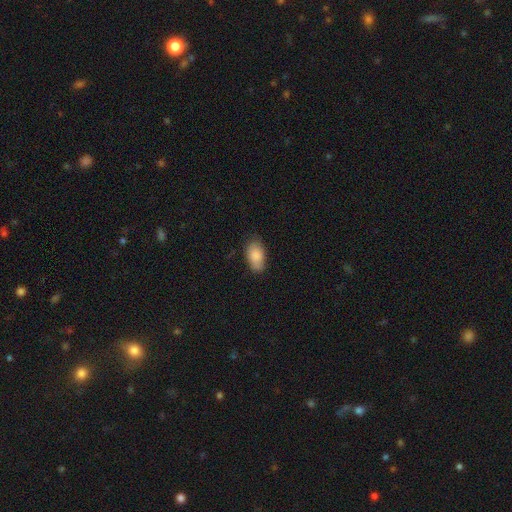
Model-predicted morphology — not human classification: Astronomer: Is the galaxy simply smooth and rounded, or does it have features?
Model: smooth — 86%.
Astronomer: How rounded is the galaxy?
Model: in between — 93%.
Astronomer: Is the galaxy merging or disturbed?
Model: none — 73%.